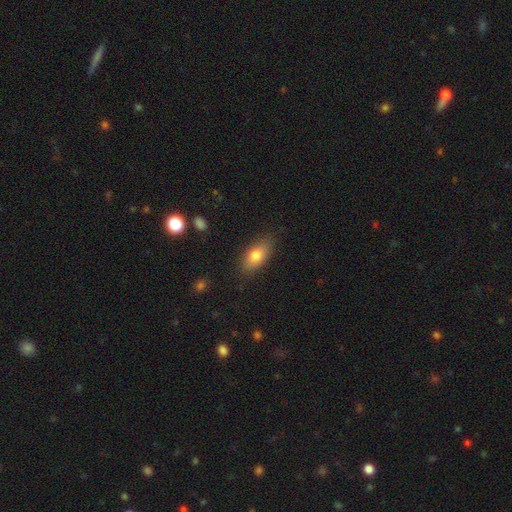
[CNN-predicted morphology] This is likely a smooth galaxy (79%). How rounded: clearly in between (86%). Merging: clearly none (83%).